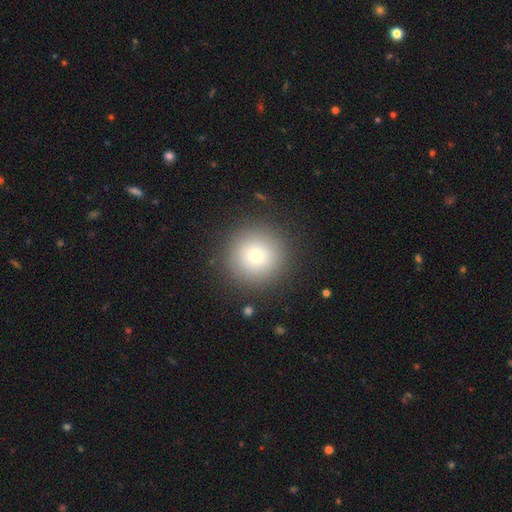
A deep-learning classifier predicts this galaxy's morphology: Q: Smooth or featured?
A: smooth (75%); runner-up: star or artifact (13%)
Q: How rounded?
A: round (96%); runner-up: in between (3%)
Q: Merging?
A: none (89%); runner-up: minor disturbance (7%)